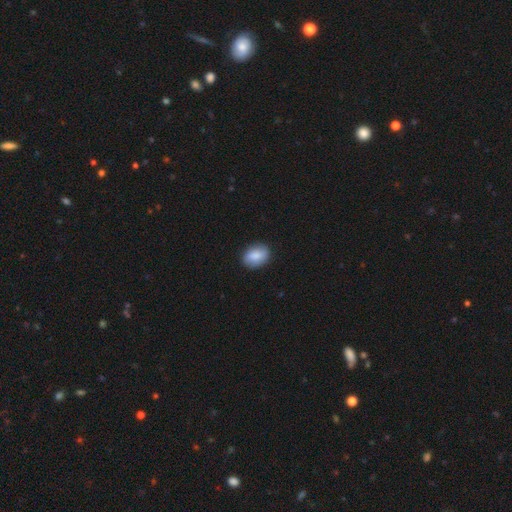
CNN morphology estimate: smooth 81%, featured or disk 12%, star or artifact 7%. Down the decision tree: how rounded — in between (71%); merging — none (85%).